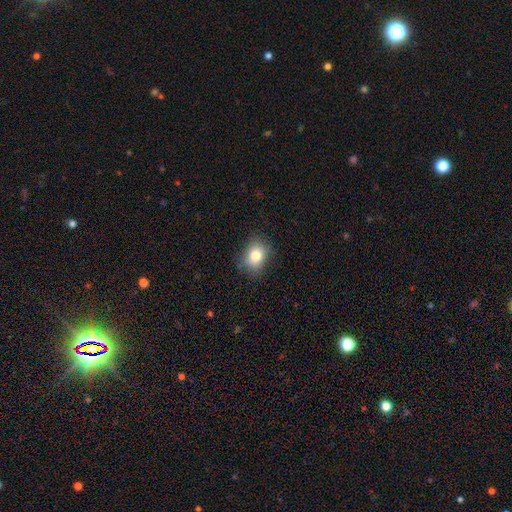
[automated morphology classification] smooth_or_featured: smooth (p=0.81) [alt: star or artifact p=0.10]
how_rounded: in between (p=0.57) [alt: round p=0.42]
merging: none (p=0.79) [alt: minor disturbance p=0.16]